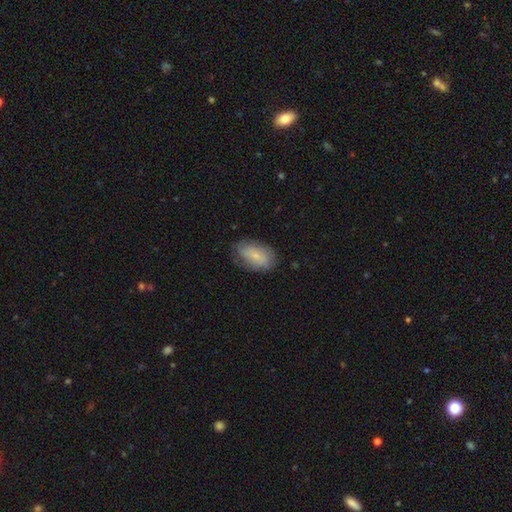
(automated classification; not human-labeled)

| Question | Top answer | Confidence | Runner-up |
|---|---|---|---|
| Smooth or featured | smooth | 68% | featured or disk (25%) |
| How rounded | in between | 91% | round (7%) |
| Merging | none | 71% | minor disturbance (21%) |